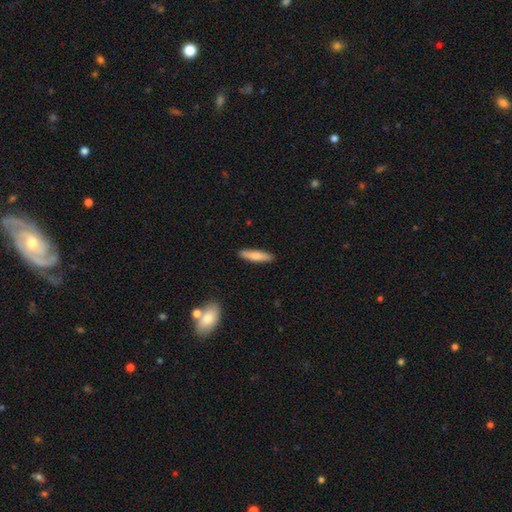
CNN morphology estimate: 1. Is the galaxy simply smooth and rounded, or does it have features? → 78% smooth, 17% featured or disk, 5% star or artifact.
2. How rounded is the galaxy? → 80% cigar-shaped, 19% in between, 2% round.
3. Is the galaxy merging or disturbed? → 90% none, 7% minor disturbance, 2% major disturbance, 1% merger.